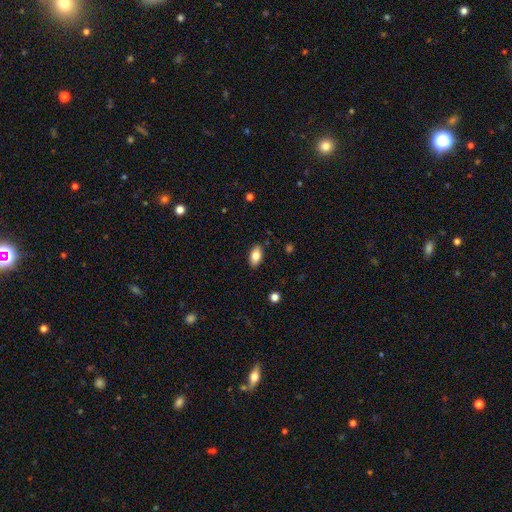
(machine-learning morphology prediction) This appears to be a smooth galaxy with no disk features (81%) that is in between round and cigar-shaped (92%). Merging: none (88%).